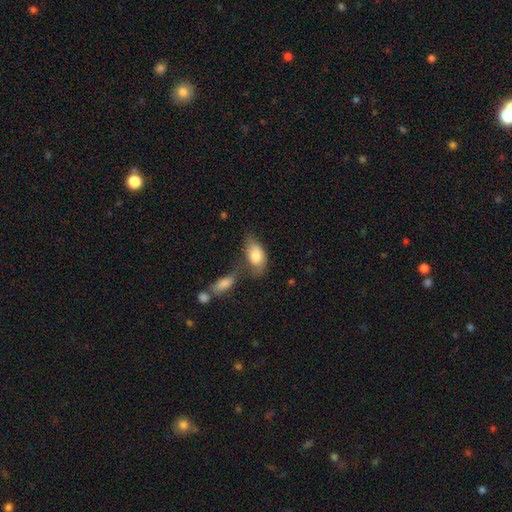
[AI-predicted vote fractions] Q: Smooth or featured?
A: smooth (78%); runner-up: featured or disk (16%)
Q: How rounded?
A: in between (91%); runner-up: round (6%)
Q: Merging?
A: none (37%); runner-up: merger (31%)